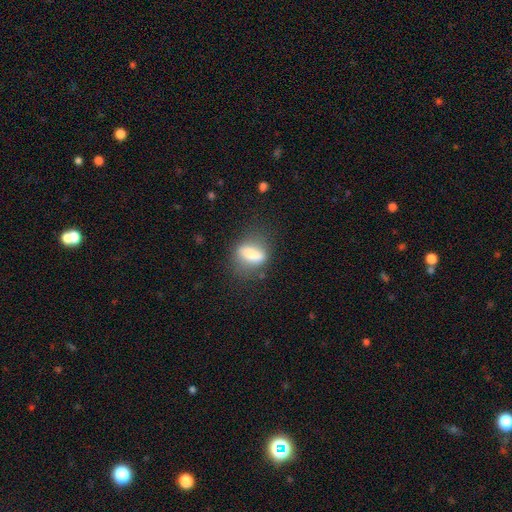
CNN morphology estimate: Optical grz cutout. It shows a smooth galaxy with no disk features (66%) that is in between round and cigar-shaped (60%). Merging: none (63%).